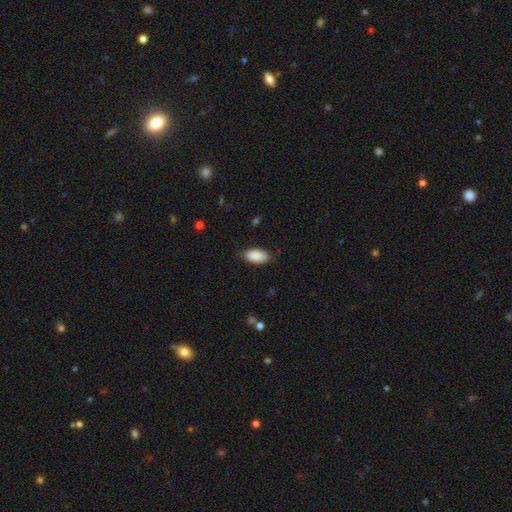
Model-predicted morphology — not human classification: smooth 90%, star or artifact 6%, featured or disk 4%. Down the decision tree: how rounded — in between (94%); merging — none (82%).